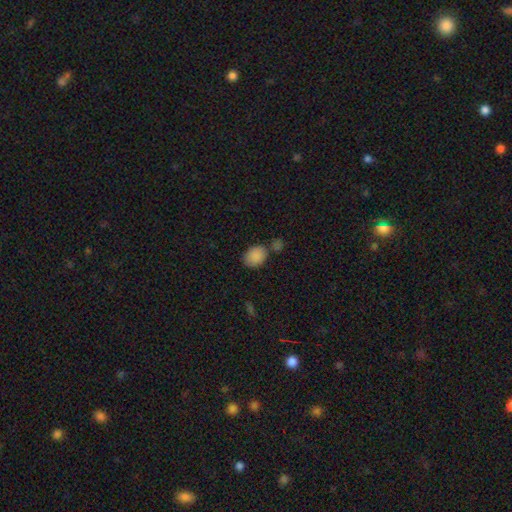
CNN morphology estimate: Smooth or featured? Predicted: smooth (p=0.87). How rounded? Predicted: in between (p=0.73). Merging? Predicted: none (p=0.61).